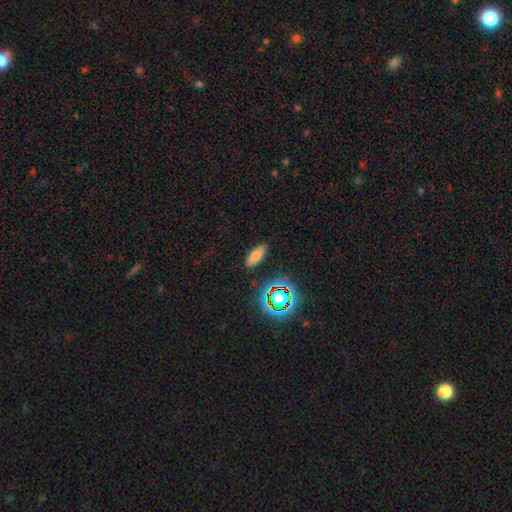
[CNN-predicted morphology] Smooth or featured? Predicted: smooth (p=0.74). How rounded? Predicted: in between (p=0.75). Merging? Predicted: none (p=0.86).